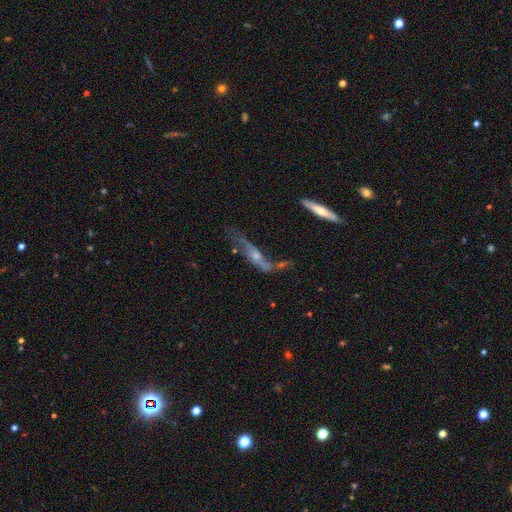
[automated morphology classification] smooth-or-featured: featured or disk: 69% | smooth: 20% | star or artifact: 11%
  disk-edge-on: yes: 55% | no: 45%
  merging: none: 33% | major disturbance: 25% | merger: 21% | minor disturbance: 21%